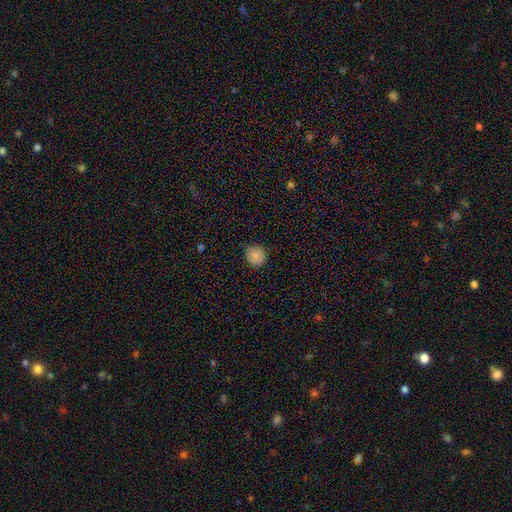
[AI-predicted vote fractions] smooth-or-featured: smooth: 85% | star or artifact: 10% | featured or disk: 5%
  how-rounded: round: 87% | in between: 12% | cigar-shaped: 1%
  merging: none: 86% | minor disturbance: 11% | major disturbance: 2% | merger: 1%